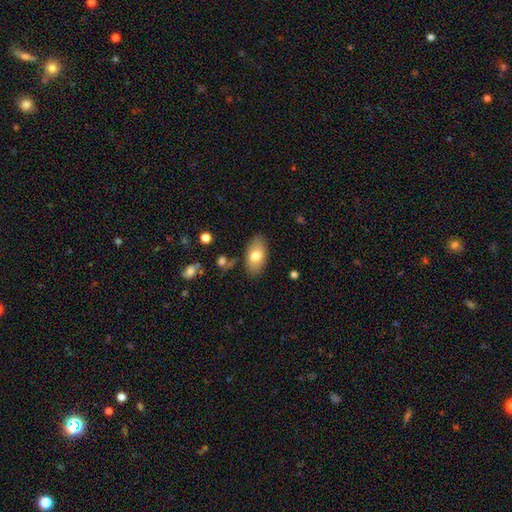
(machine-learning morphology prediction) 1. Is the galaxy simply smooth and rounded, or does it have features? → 74% smooth, 19% featured or disk, 7% star or artifact.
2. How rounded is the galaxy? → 93% in between, 5% round, 2% cigar-shaped.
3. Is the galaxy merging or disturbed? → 81% none, 13% minor disturbance, 3% major disturbance, 3% merger.